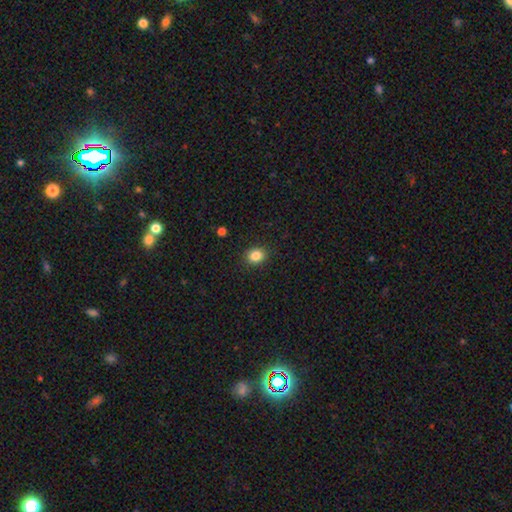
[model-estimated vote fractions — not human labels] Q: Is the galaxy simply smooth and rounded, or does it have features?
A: smooth — 85%.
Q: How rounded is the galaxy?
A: round — 53%.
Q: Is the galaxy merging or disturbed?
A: none — 89%.